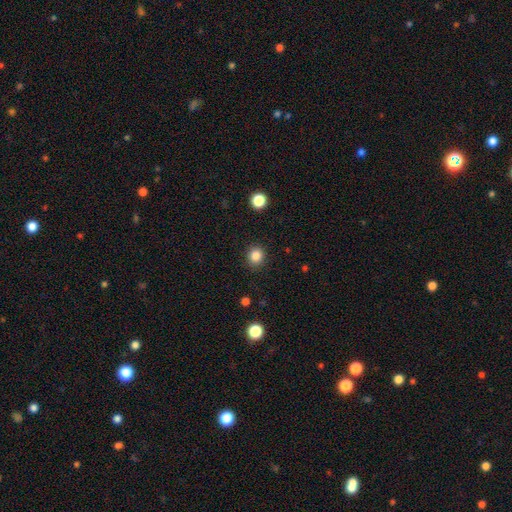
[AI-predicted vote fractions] Smooth or featured: smooth — 85% (star or artifact — 11%)
How rounded: round — 82% (in between — 17%)
Merging: none — 89% (minor disturbance — 7%)